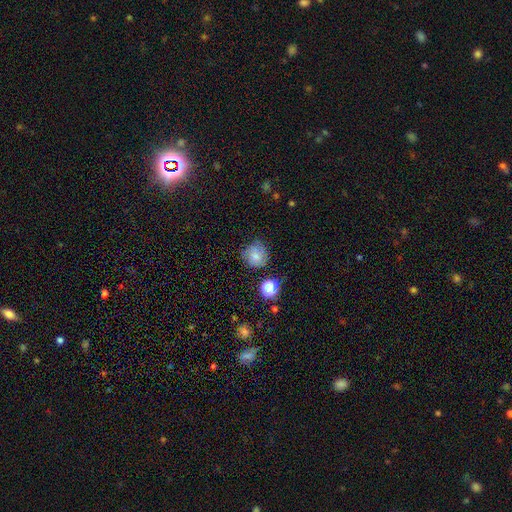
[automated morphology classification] Q: Smooth or featured?
A: smooth (63%); runner-up: featured or disk (22%)
Q: How rounded?
A: round (86%); runner-up: in between (13%)
Q: Merging?
A: none (67%); runner-up: minor disturbance (23%)